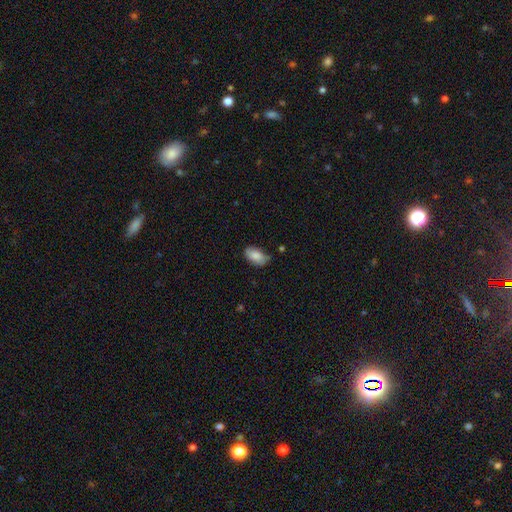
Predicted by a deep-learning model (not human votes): smooth-or-featured: smooth: 84% | featured or disk: 9% | star or artifact: 7%
  how-rounded: in between: 93% | round: 5% | cigar-shaped: 2%
  merging: none: 67% | minor disturbance: 26% | major disturbance: 5% | merger: 3%